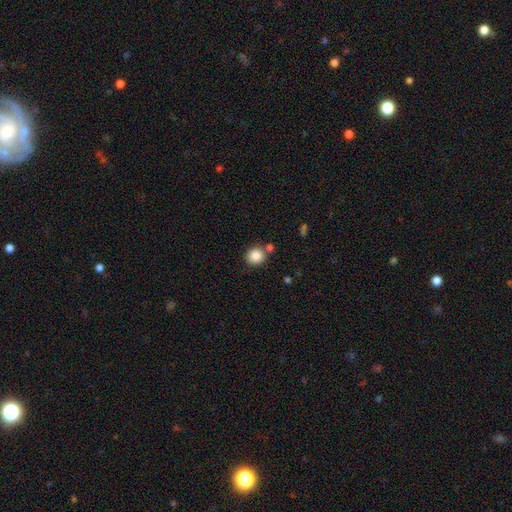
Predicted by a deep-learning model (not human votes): smooth_or_featured: smooth (p=0.85) [alt: star or artifact p=0.10]
how_rounded: round (p=0.88) [alt: in between p=0.11]
merging: none (p=0.75) [alt: merger p=0.13]